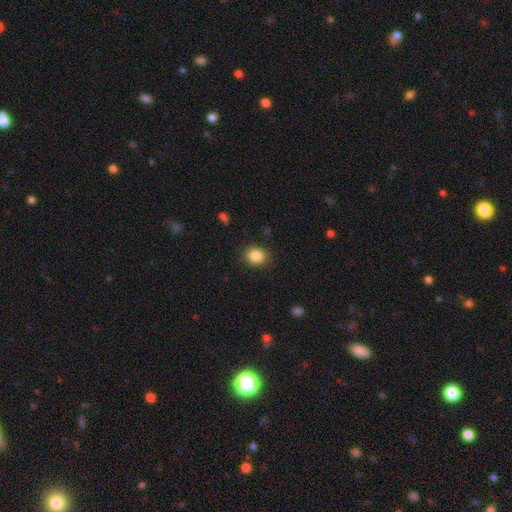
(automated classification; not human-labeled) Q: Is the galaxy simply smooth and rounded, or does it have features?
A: smooth — 86%.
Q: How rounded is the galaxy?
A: round — 68%.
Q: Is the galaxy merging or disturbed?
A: none — 87%.